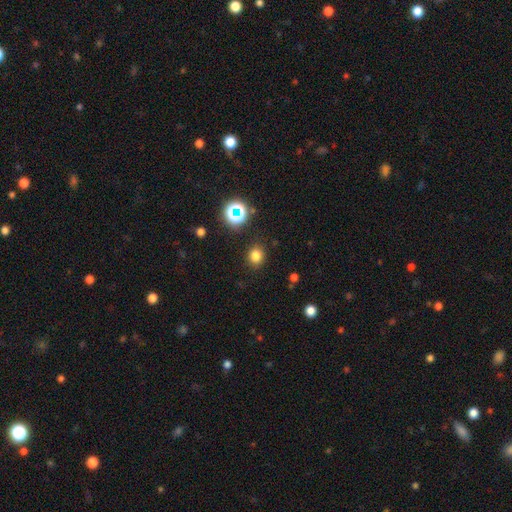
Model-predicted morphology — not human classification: Q: Smooth or featured?
A: smooth (77%); runner-up: star or artifact (17%)
Q: How rounded?
A: round (74%); runner-up: in between (25%)
Q: Merging?
A: none (88%); runner-up: minor disturbance (7%)